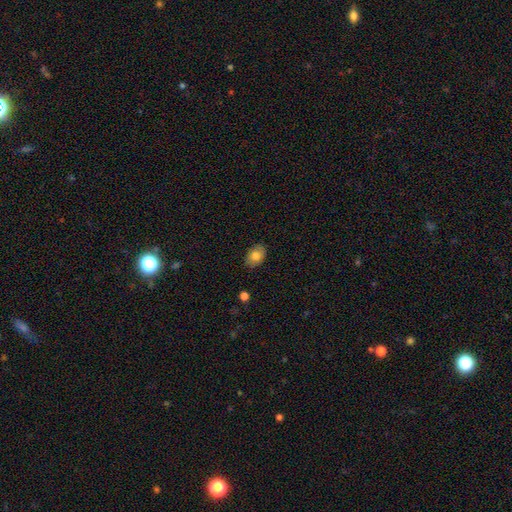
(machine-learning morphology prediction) A smooth galaxy with no disk features (77%) that is in between round and cigar-shaped (82%).

Vote fractions:
- Smooth or featured? smooth: 77% / featured or disk: 16% / star or artifact: 8%
- How rounded? in between: 82% / round: 17% / cigar-shaped: 1%
- Merging? none: 85% / minor disturbance: 12% / major disturbance: 2% / merger: 1%